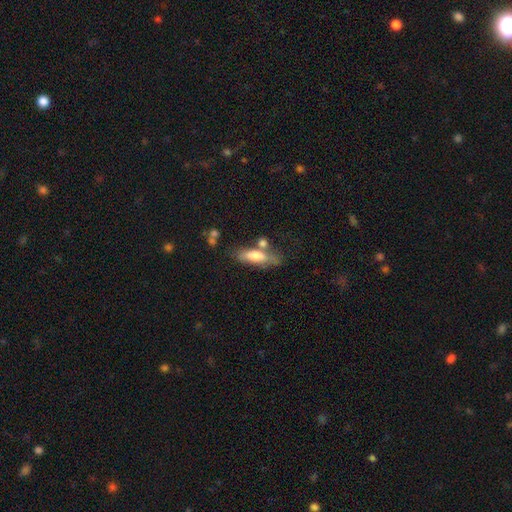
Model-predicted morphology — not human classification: Smooth or featured? smooth (68%)
How rounded? in between (57%)
Merging? none (48%)